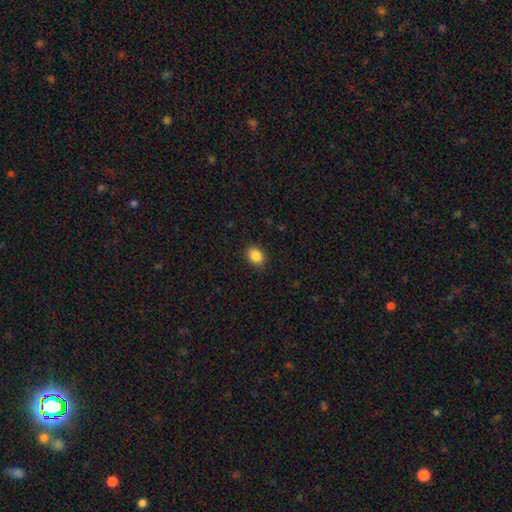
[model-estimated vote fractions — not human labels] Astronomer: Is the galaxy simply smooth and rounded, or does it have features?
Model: smooth — 87%.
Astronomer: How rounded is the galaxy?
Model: in between — 57% (runner-up: round, 42%).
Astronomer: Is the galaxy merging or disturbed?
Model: none — 88%.